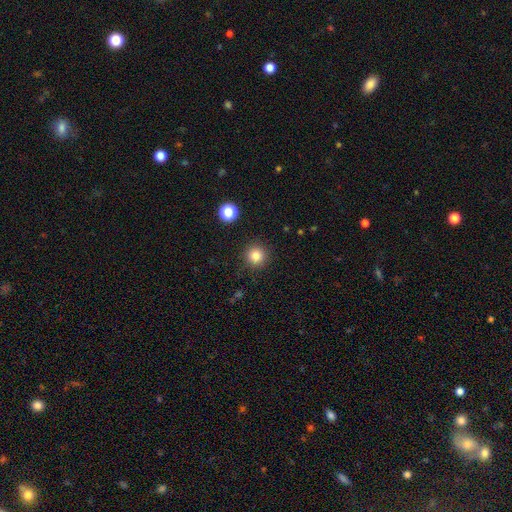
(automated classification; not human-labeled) This is clearly a smooth galaxy (83%). How rounded: clearly round (95%). Merging: clearly none (90%).